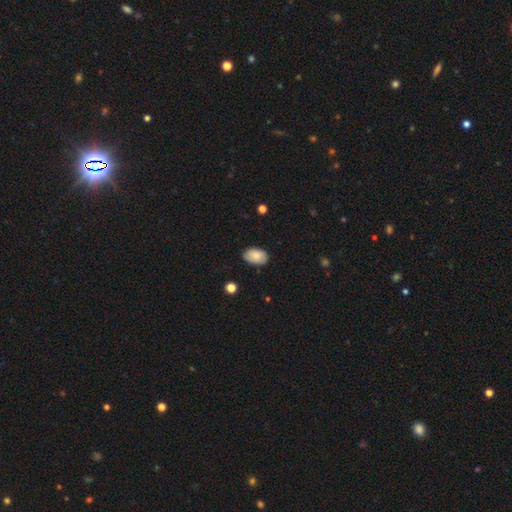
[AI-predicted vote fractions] smooth-or-featured: smooth: 79% | featured or disk: 14% | star or artifact: 7%
  how-rounded: in between: 91% | round: 8% | cigar-shaped: 1%
  merging: none: 81% | minor disturbance: 15% | major disturbance: 2% | merger: 1%